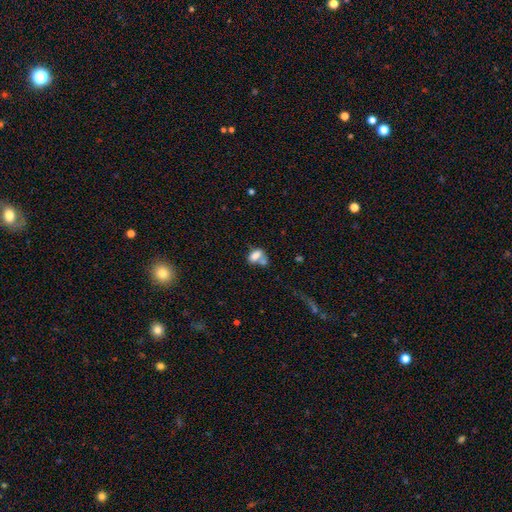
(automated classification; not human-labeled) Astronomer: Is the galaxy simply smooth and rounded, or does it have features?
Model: smooth — 74%.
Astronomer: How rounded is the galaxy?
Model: in between — 84%.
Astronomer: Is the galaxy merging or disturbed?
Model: merger — 50% (runner-up: none, 28%).